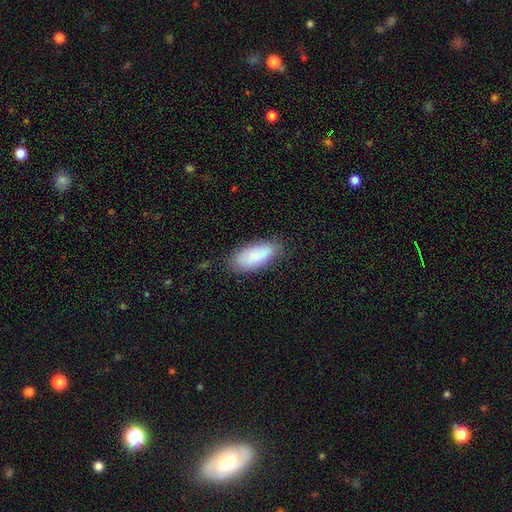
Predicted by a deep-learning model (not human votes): Smooth or featured? smooth (83%)
How rounded? in between (85%)
Merging? none (79%)